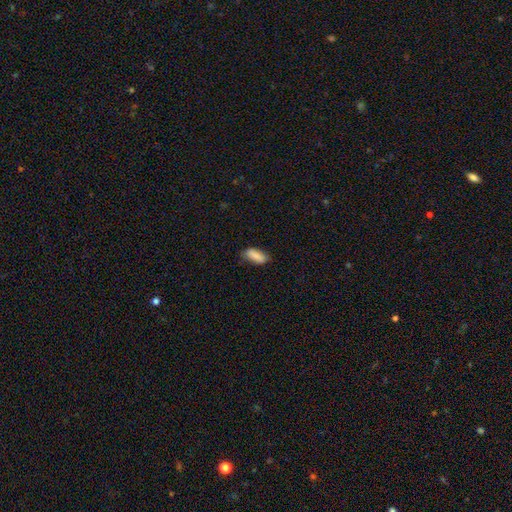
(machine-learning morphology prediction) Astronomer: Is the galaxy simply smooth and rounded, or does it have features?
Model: smooth — 87%.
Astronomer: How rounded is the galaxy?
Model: in between — 77%.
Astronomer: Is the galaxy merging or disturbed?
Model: none — 76%.